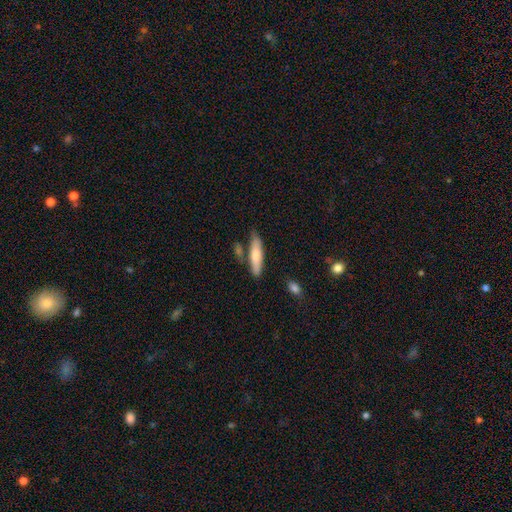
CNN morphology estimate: Smooth or featured? smooth (69%)
How rounded? cigar-shaped (71%)
Merging? none (69%)